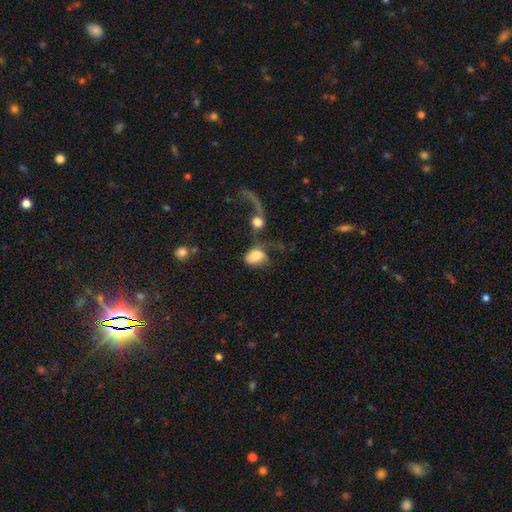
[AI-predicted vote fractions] smooth 68%, featured or disk 24%, star or artifact 9%. Down the decision tree: how rounded — in between (76%); merging — merger (46%).